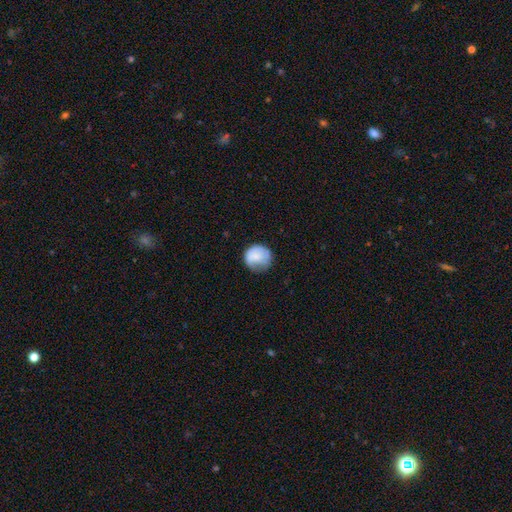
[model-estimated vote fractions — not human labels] smooth-or-featured: smooth: 76% | featured or disk: 16% | star or artifact: 7%
  how-rounded: round: 87% | in between: 13% | cigar-shaped: 1%
  merging: none: 61% | minor disturbance: 27% | major disturbance: 11% | merger: 1%